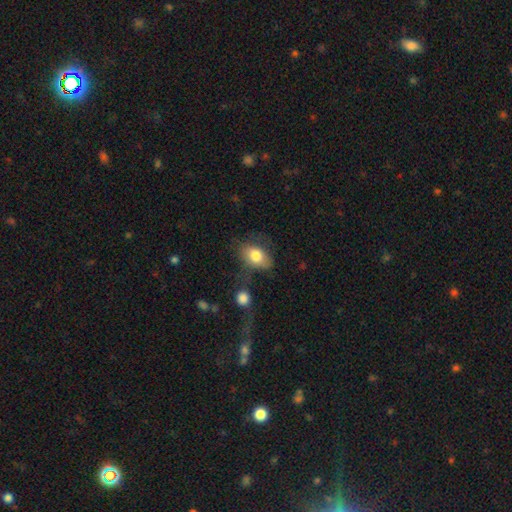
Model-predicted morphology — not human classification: This is likely a smooth galaxy (79%). How rounded: clearly in between (83%). Merging: possibly none (53%).